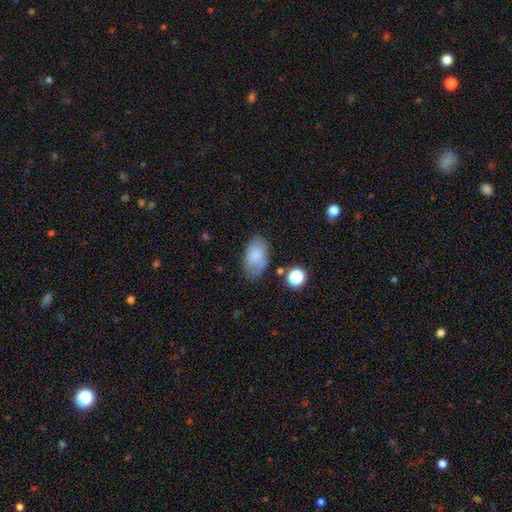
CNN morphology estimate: Overall: smooth (78%). How rounded: in between (93%). Merging: none (70%).